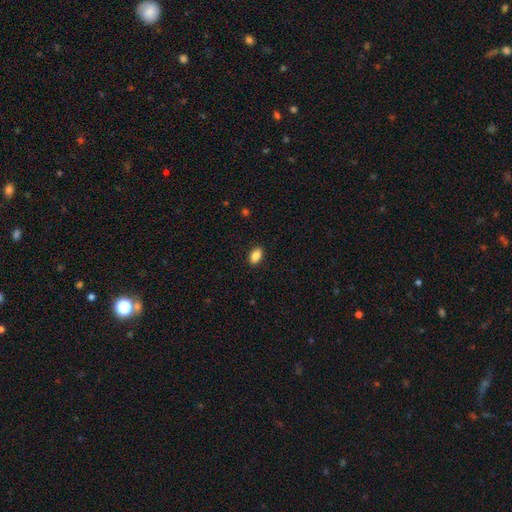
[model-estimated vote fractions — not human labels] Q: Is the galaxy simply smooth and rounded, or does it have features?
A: smooth — 87%.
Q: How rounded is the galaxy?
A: in between — 91%.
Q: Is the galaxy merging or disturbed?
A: none — 90%.